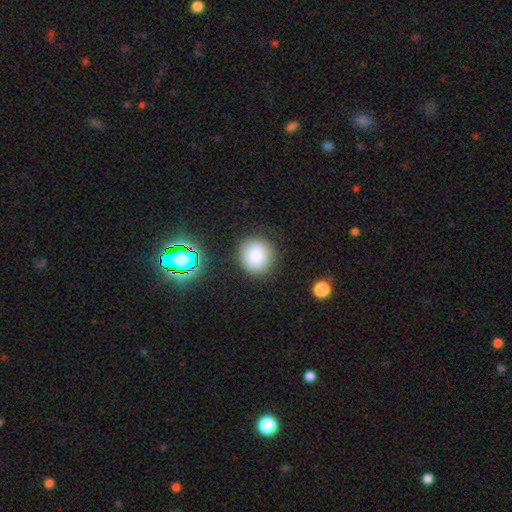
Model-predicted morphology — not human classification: A smooth galaxy with no disk features (83%) that is round (90%). Merging: none (86%).